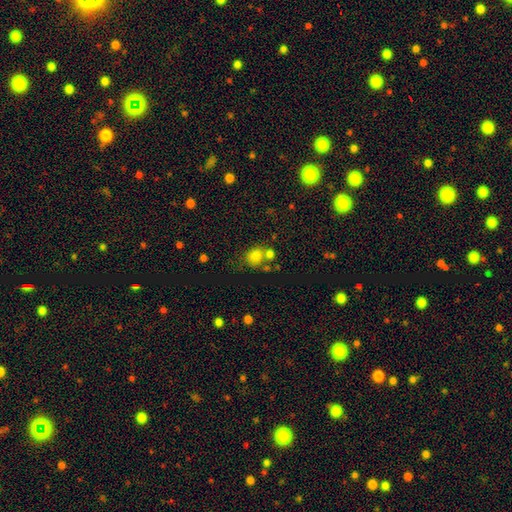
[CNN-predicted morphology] Smooth or featured?
  - smooth: 79% *
  - star or artifact: 13%
  - featured or disk: 8%
How rounded?
  - round: 74% *
  - in between: 25%
  - cigar-shaped: 1%
Merging?
  - none: 56% *
  - merger: 25%
  - minor disturbance: 13%
  - major disturbance: 6%